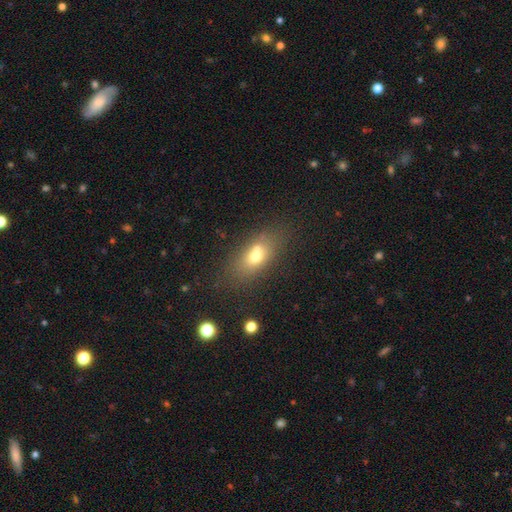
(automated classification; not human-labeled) Smooth or featured? smooth (66%)
How rounded? in between (77%)
Merging? none (52%)